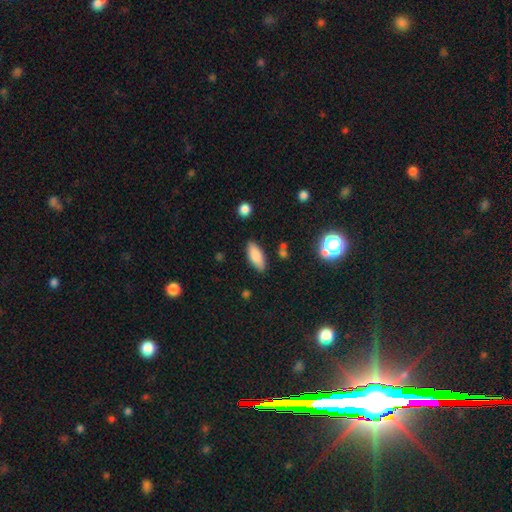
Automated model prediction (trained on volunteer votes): This is clearly a smooth galaxy (83%). How rounded: likely in between (79%). Merging: clearly none (83%).